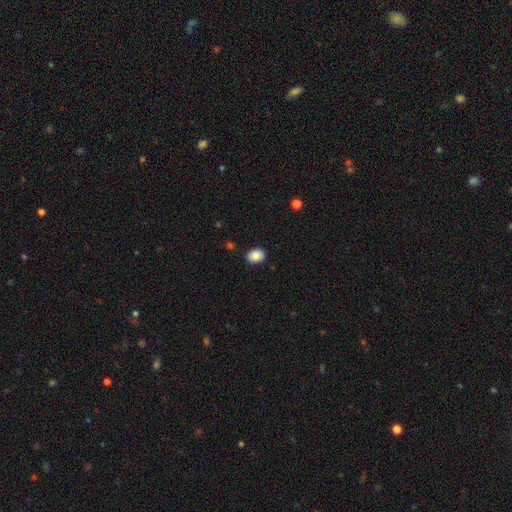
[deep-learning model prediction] A smooth galaxy with no disk features (83%) that is in between round and cigar-shaped (60%).

Vote fractions:
- Smooth or featured? smooth: 83% / featured or disk: 9% / star or artifact: 8%
- How rounded? in between: 60% / round: 40% / cigar-shaped: 1%
- Merging? none: 89% / minor disturbance: 8% / major disturbance: 2% / merger: 1%